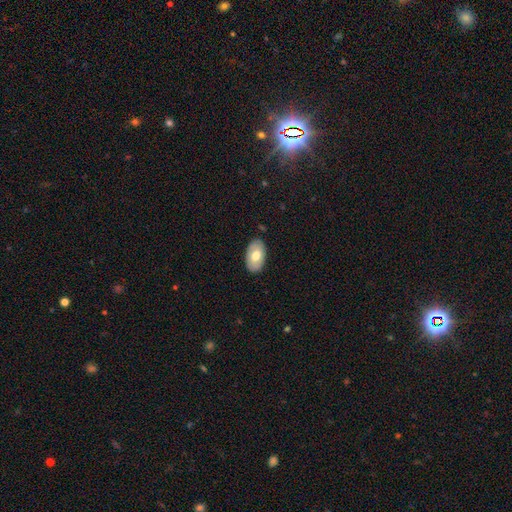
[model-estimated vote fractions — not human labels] Smooth or featured: smooth — 69% (featured or disk — 25%)
How rounded: in between — 93% (round — 5%)
Merging: none — 87% (minor disturbance — 10%)